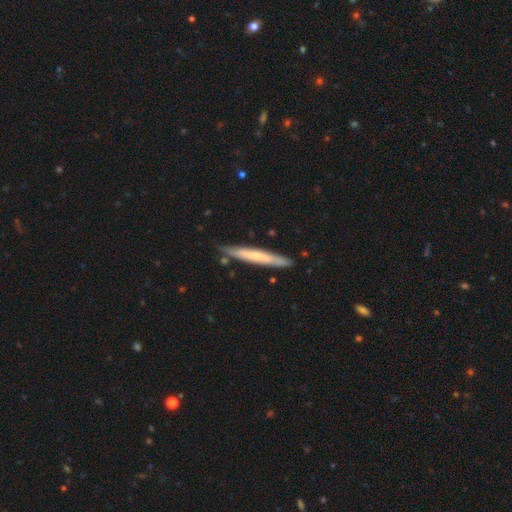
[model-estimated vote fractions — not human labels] A smooth galaxy with no disk features (54%) that is cigar-shaped (95%). Merging: none (82%).